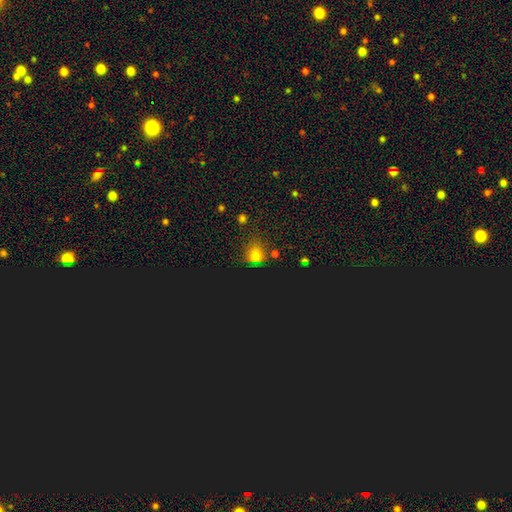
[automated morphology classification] smooth 51%, star or artifact 42%, featured or disk 8%. Down the decision tree: how rounded — round (79%); merging — none (71%).